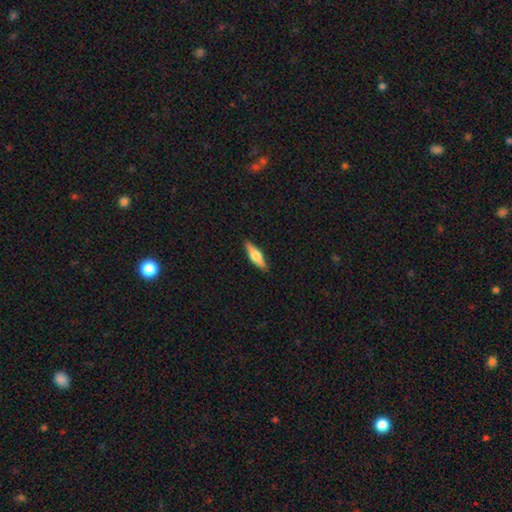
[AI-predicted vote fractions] The model was most divided on "smooth or featured": smooth: 49%, featured or disk: 45%, star or artifact: 6%. More confident: merging — none (90%).